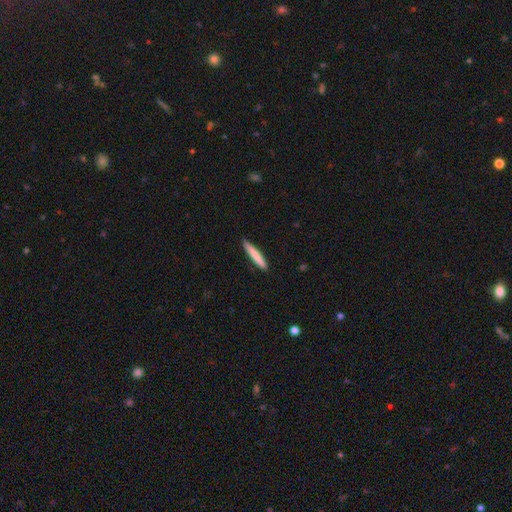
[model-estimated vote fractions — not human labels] Smooth or featured? smooth (79%)
How rounded? cigar-shaped (94%)
Merging? none (89%)